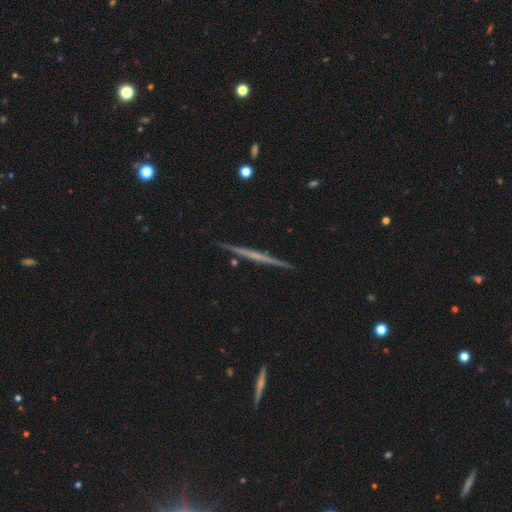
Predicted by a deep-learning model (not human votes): Overall: featured or disk (72%). Edge-on disk: yes (98%). Edge-on bulge: none (73%). Merging: none (92%).